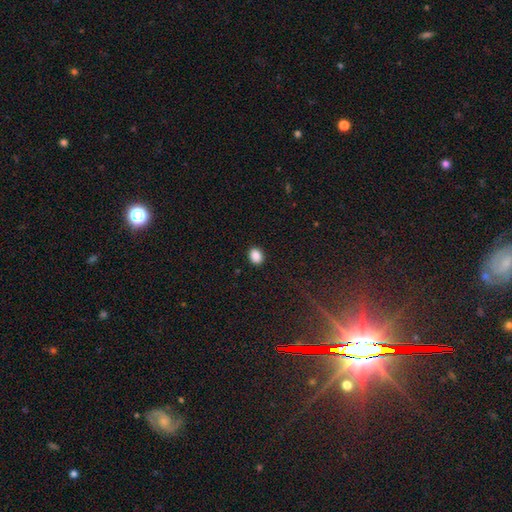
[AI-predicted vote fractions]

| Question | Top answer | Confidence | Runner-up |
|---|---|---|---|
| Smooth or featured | smooth | 88% | star or artifact (9%) |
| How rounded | in between | 58% | round (41%) |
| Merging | none | 90% | minor disturbance (7%) |